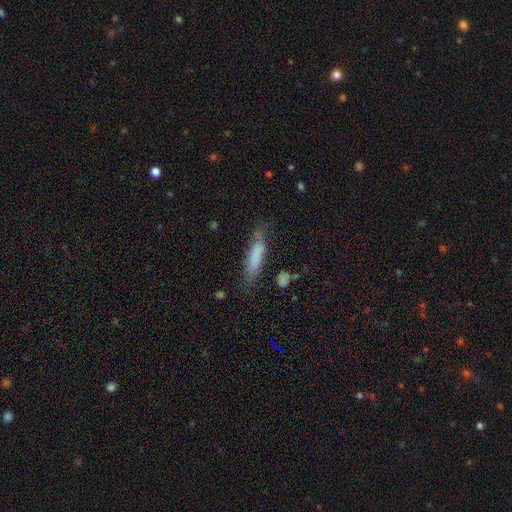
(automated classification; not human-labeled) smooth 72%, featured or disk 20%, star or artifact 8%. Down the decision tree: how rounded — cigar-shaped (78%); merging — none (65%).